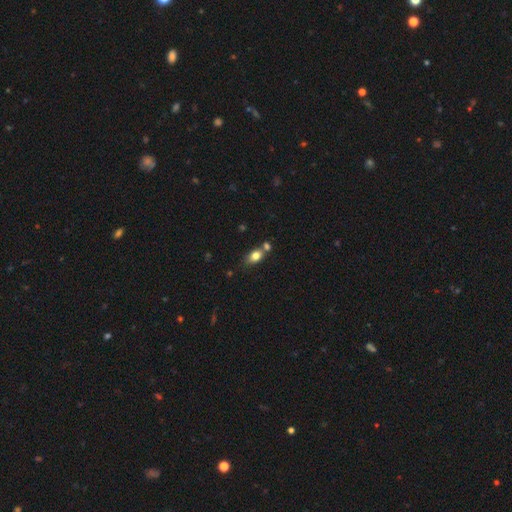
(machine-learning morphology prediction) Overall: smooth (79%). How rounded: in between (79%). Merging: none (53%; merger 27%).